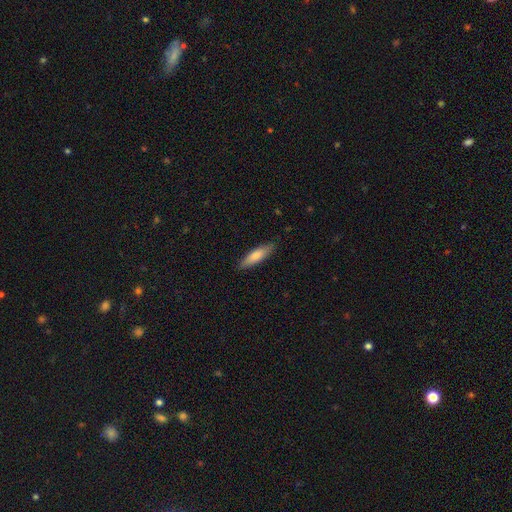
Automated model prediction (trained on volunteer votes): Morphology: type=smooth (70%); roundness=cigar-shaped (69%); merging=none (87%).